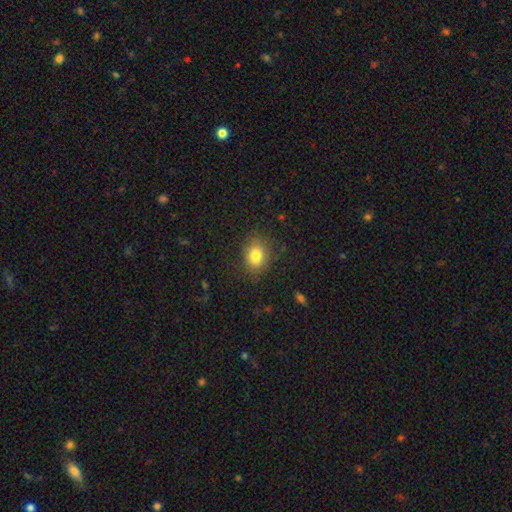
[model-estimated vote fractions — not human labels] A smooth galaxy with no disk features (80%) that is in between round and cigar-shaped (50%).

Vote fractions:
- Smooth or featured? smooth: 80% / star or artifact: 11% / featured or disk: 9%
- How rounded? in between: 50% / round: 49% / cigar-shaped: 1%
- Merging? none: 82% / minor disturbance: 13% / major disturbance: 4% / merger: 1%